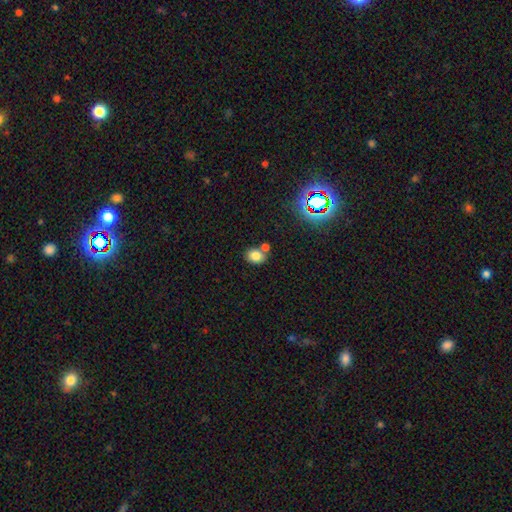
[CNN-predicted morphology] The model was most divided on "how rounded": in between: 54%, round: 45%, cigar-shaped: 1%. More confident: smooth or featured — smooth (78%); merging — none (60%).